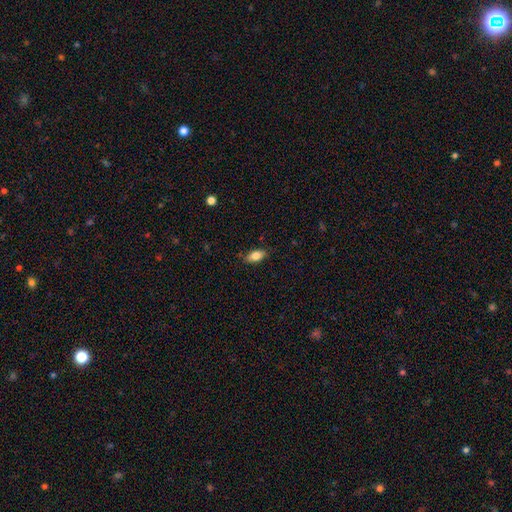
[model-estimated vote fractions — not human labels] This appears to be a smooth galaxy with no disk features (81%) that is in between round and cigar-shaped (88%). Merging: none (83%).